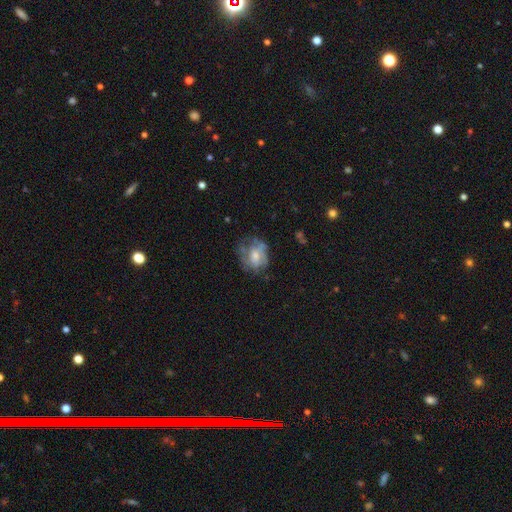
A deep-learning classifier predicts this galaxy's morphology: smooth-or-featured: featured or disk: 52% | smooth: 38% | star or artifact: 10%
  disk-edge-on: no: 97% | yes: 3%
    bar: no: 67% | weak: 27% | strong: 5%
    has-spiral-arms: no: 56% | yes: 44%
    bulge-size: moderate: 47% | small: 38% | none: 8% | large: 7% | dominant: 1%
  merging: none: 49% | minor disturbance: 25% | major disturbance: 23% | merger: 3%